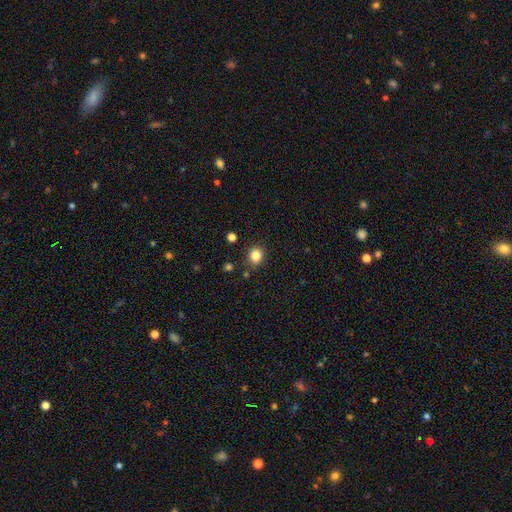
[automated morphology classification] A smooth galaxy with no disk features (84%) that is round (77%). Merging: none (86%).